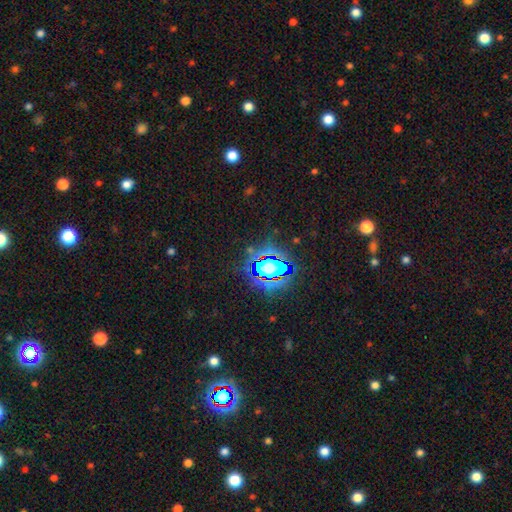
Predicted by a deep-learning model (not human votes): Smooth or featured: star or artifact — 78% (smooth — 13%)